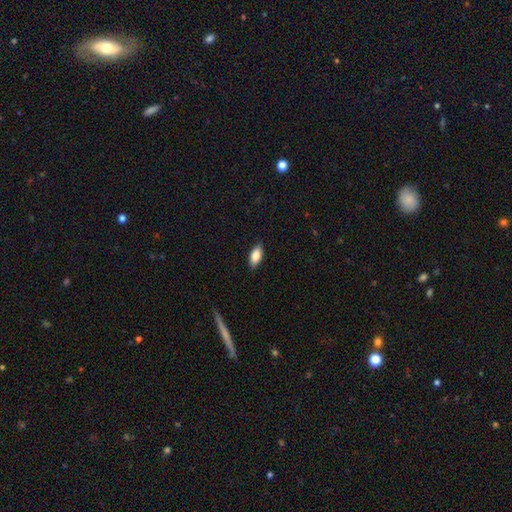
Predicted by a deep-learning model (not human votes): A smooth galaxy with no disk features (85%) that is in between round and cigar-shaped (89%).

Vote fractions:
- Smooth or featured? smooth: 85% / featured or disk: 8% / star or artifact: 7%
- How rounded? in between: 89% / cigar-shaped: 9% / round: 2%
- Merging? none: 88% / minor disturbance: 9% / major disturbance: 2% / merger: 1%